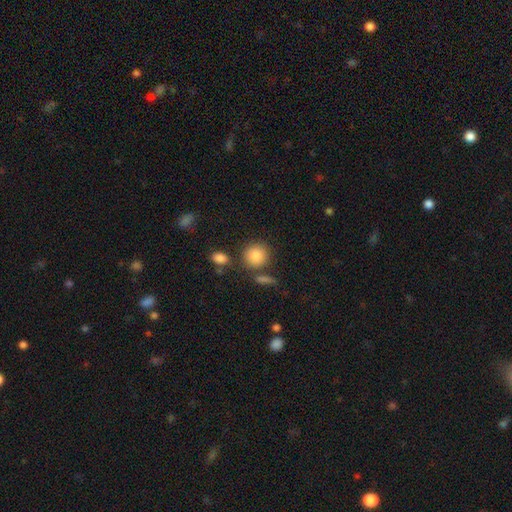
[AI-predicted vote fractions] The model was most divided on "merging": none: 74%, merger: 11%, minor disturbance: 11%, major disturbance: 4%. More confident: smooth or featured — smooth (86%); how rounded — round (84%).